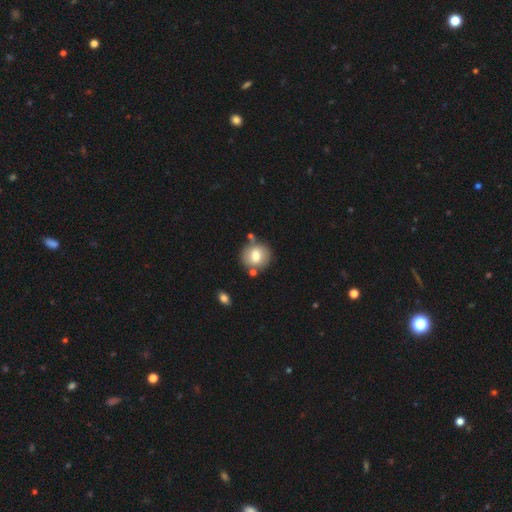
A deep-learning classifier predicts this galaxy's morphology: Overall: smooth (72%). How rounded: round (78%). Merging: none (73%).